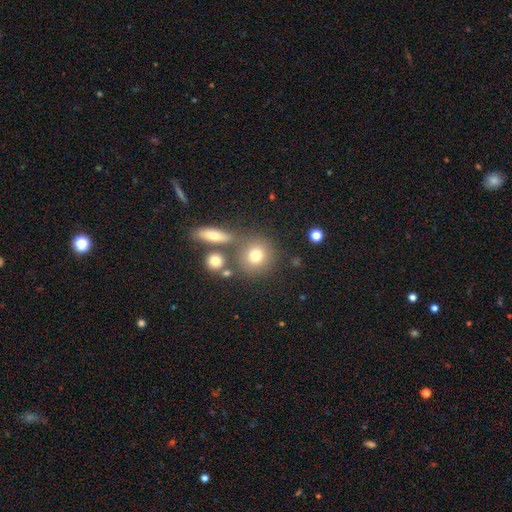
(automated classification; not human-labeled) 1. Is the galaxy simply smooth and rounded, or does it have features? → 75% smooth, 13% star or artifact, 12% featured or disk.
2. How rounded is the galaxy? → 86% round, 12% in between, 2% cigar-shaped.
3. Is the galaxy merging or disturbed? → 69% none, 17% merger, 10% minor disturbance, 4% major disturbance.